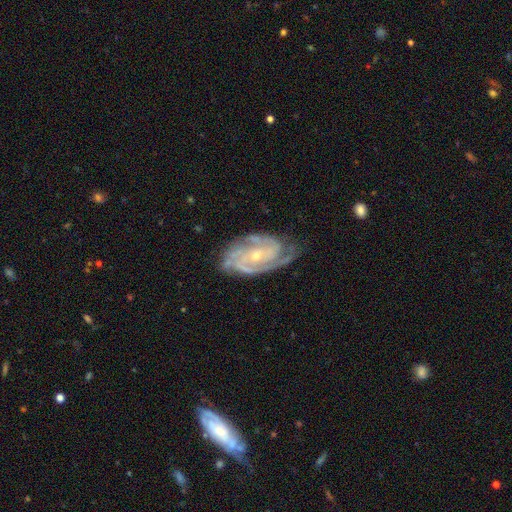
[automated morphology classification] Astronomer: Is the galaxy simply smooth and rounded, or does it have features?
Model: featured or disk — 90%.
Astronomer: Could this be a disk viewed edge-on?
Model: no — 97%.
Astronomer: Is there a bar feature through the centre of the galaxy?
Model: no — 60%.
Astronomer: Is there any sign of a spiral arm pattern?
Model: yes — 98%.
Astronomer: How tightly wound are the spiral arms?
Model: tight — 67%.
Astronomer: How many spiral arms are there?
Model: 3 — 32% (runner-up: 2, 22%).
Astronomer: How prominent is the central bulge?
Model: small — 72%.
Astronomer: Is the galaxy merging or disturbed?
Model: none — 72%.